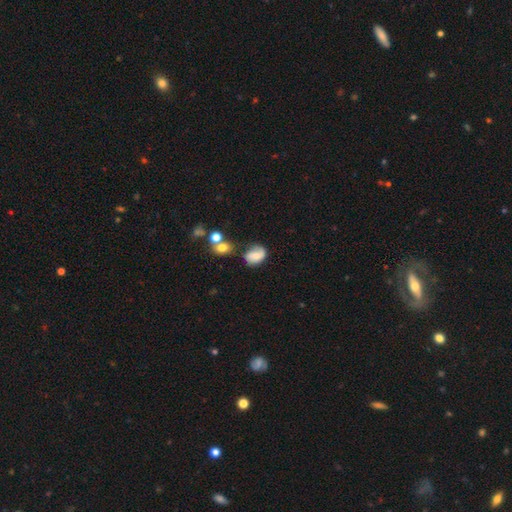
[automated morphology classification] The model was most divided on "smooth or featured": smooth: 53%, featured or disk: 37%, star or artifact: 10%. More confident: how rounded — in between (65%); merging — none (50%).